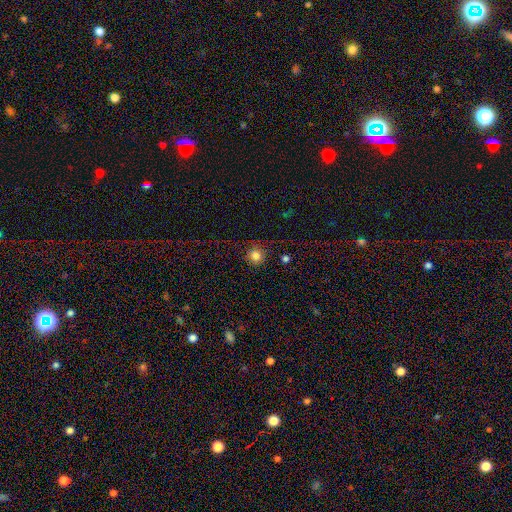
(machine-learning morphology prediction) smooth_or_featured: smooth (p=0.82) [alt: star or artifact p=0.12]
how_rounded: round (p=0.91) [alt: in between p=0.08]
merging: none (p=0.85) [alt: minor disturbance p=0.10]